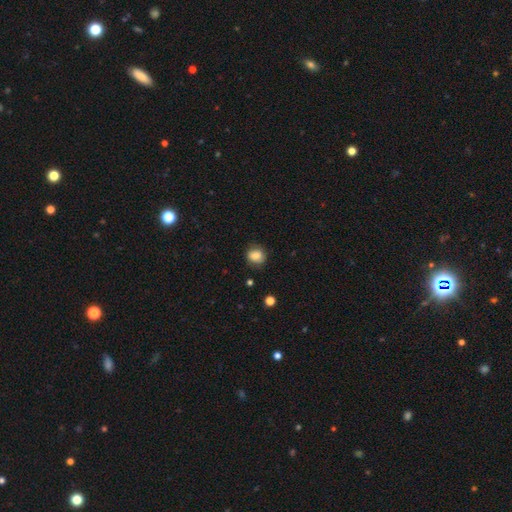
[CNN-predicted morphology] Smooth or featured? smooth (83%)
How rounded? round (69%)
Merging? none (78%)